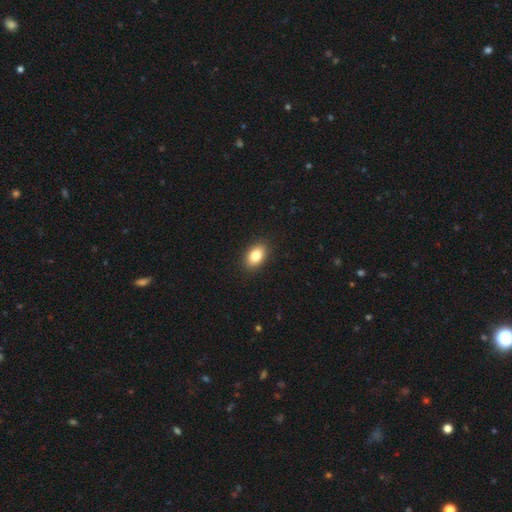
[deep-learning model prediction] Morphology: type=smooth (84%); roundness=in between (88%); merging=none (90%).